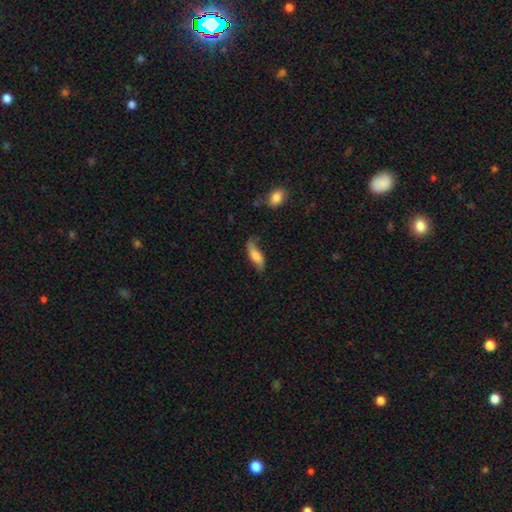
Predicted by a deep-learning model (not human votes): smooth_or_featured: smooth (p=0.66) [alt: featured or disk p=0.27]
how_rounded: in between (p=0.56) [alt: cigar-shaped p=0.42]
merging: none (p=0.61) [alt: minor disturbance p=0.28]